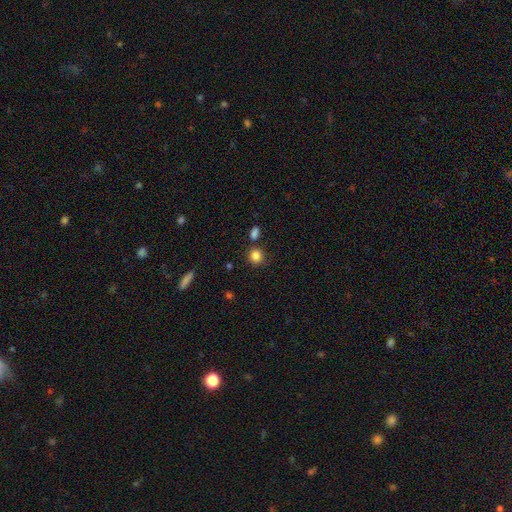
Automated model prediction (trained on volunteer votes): A smooth galaxy with no disk features (84%) that is round (85%).

Vote fractions:
- Smooth or featured? smooth: 84% / star or artifact: 11% / featured or disk: 5%
- How rounded? round: 85% / in between: 14% / cigar-shaped: 1%
- Merging? none: 77% / minor disturbance: 11% / merger: 8% / major disturbance: 3%